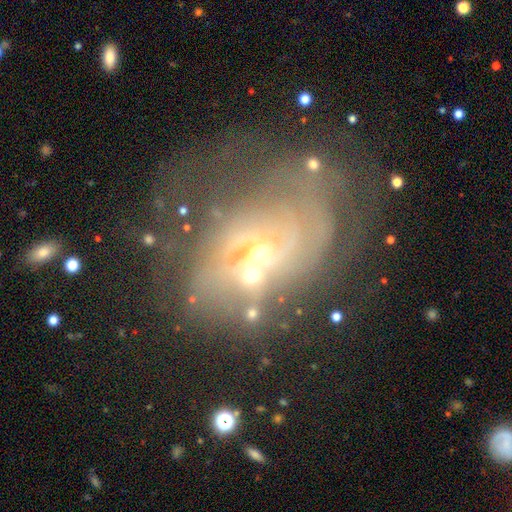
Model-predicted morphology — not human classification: A featured or disk galaxy (74%) with no bar (66%), 2 (41%) medium (41%) spiral arms (77%) and a small central bulge (55%). Merging: major disturbance (30%, tied with none).